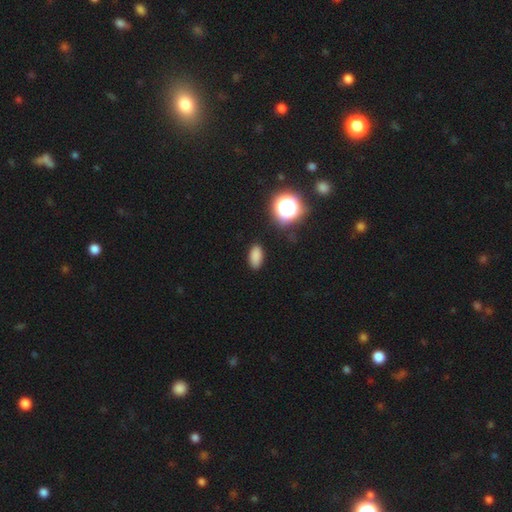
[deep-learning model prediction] A smooth galaxy with no disk features (82%) that is in between round and cigar-shaped (90%). Merging: none (86%).